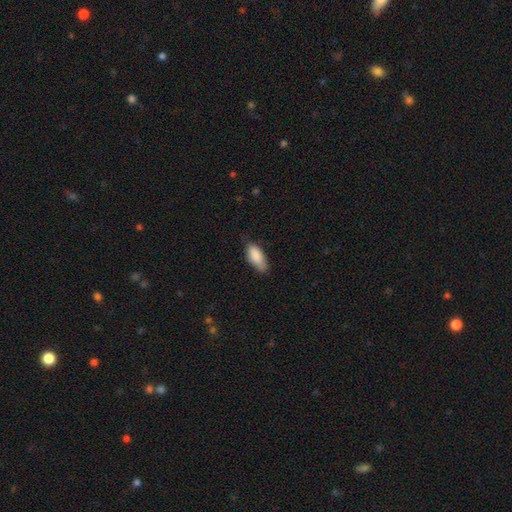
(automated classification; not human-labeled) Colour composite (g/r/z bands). It shows a smooth galaxy with no disk features (86%) that is in between round and cigar-shaped (84%). Merging: none (62%).